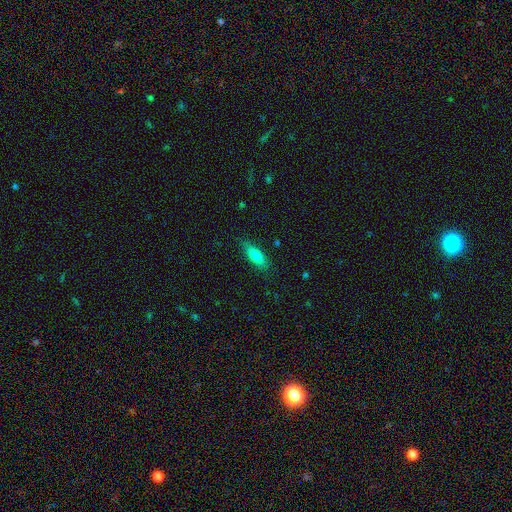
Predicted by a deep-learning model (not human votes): Overall: smooth (74%). How rounded: in between (57%; cigar-shaped 41%). Merging: none (83%).